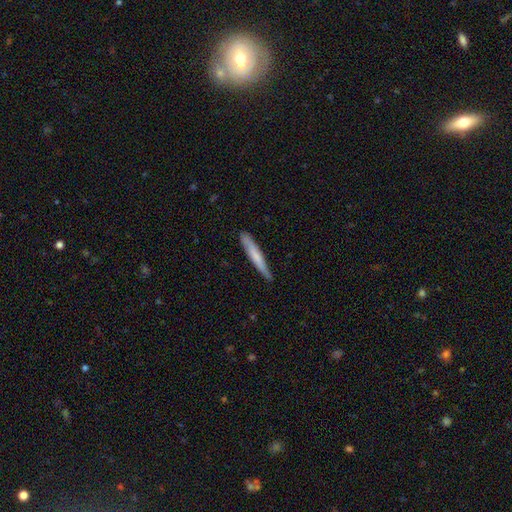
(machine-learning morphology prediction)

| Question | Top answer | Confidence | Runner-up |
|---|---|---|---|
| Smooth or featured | smooth | 65% | featured or disk (30%) |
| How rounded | cigar-shaped | 95% | in between (3%) |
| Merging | none | 82% | minor disturbance (14%) |